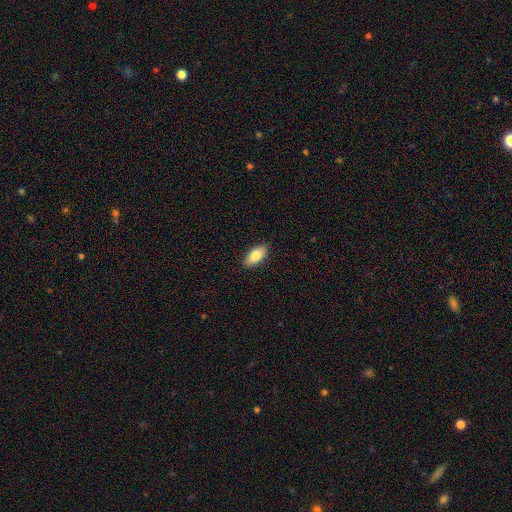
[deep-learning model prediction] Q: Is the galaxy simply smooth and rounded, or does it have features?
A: smooth — 81%.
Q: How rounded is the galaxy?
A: in between — 91%.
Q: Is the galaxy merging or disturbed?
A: none — 89%.